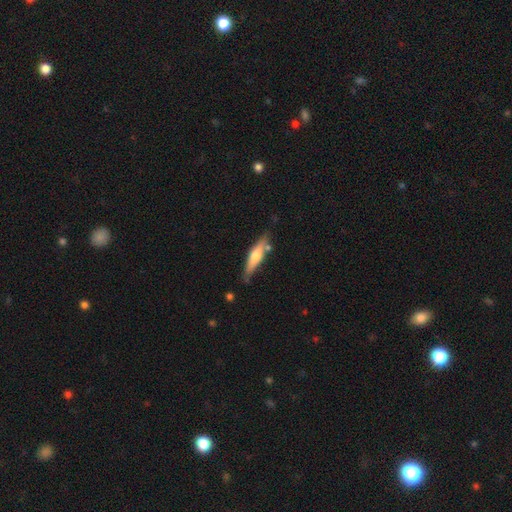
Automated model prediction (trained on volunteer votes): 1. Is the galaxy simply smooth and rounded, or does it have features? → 48% smooth, 46% featured or disk, 6% star or artifact.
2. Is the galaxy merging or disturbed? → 74% none, 16% minor disturbance, 6% merger, 3% major disturbance.